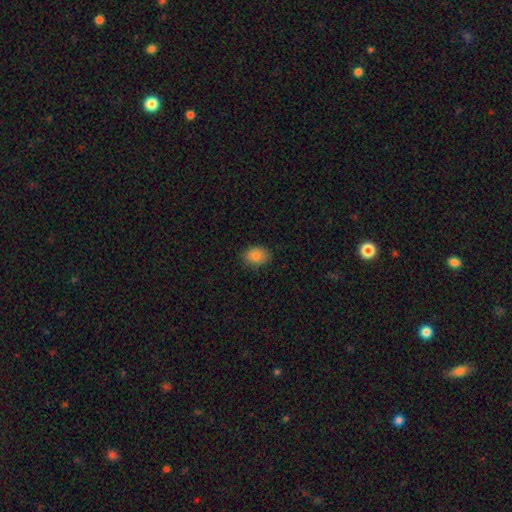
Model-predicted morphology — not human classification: Smooth or featured? Predicted: smooth (p=0.85). How rounded? Predicted: in between (p=0.62). Merging? Predicted: none (p=0.85).